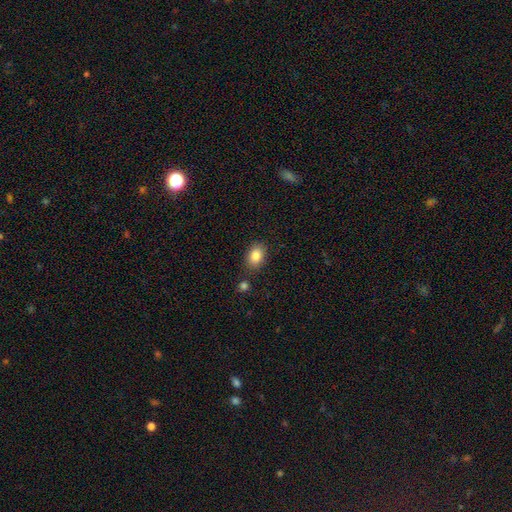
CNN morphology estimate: A smooth galaxy with no disk features (85%) that is in between round and cigar-shaped (78%). Merging: none (81%).